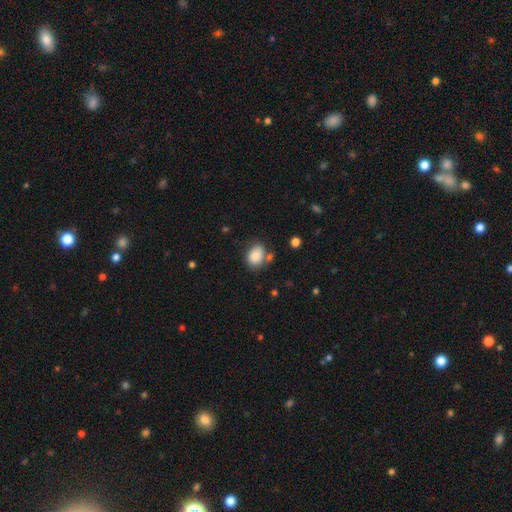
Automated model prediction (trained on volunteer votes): Q: Smooth or featured?
A: smooth (86%); runner-up: star or artifact (8%)
Q: How rounded?
A: in between (66%); runner-up: round (33%)
Q: Merging?
A: none (66%); runner-up: minor disturbance (18%)